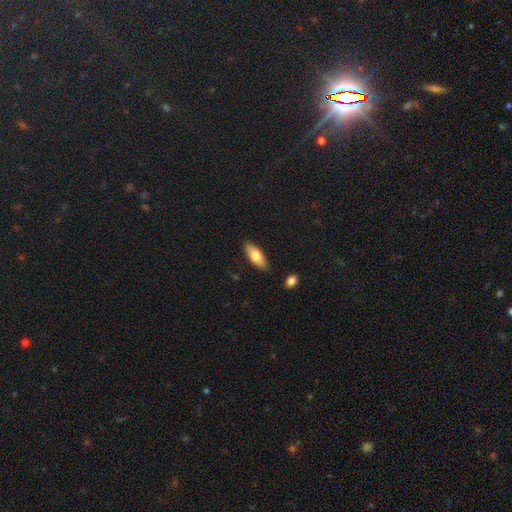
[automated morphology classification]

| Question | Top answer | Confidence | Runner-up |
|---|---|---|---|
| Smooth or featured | smooth | 73% | featured or disk (20%) |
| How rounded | in between | 70% | cigar-shaped (28%) |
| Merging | none | 86% | minor disturbance (10%) |